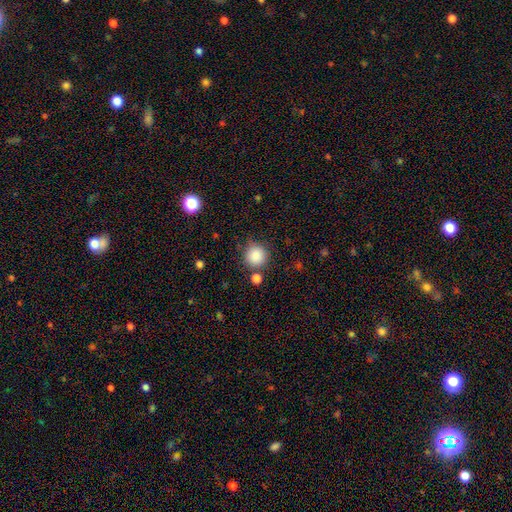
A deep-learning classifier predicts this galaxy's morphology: smooth_or_featured: smooth (p=0.87) [alt: star or artifact p=0.09]
how_rounded: round (p=0.93) [alt: in between p=0.06]
merging: none (p=0.79) [alt: minor disturbance p=0.11]